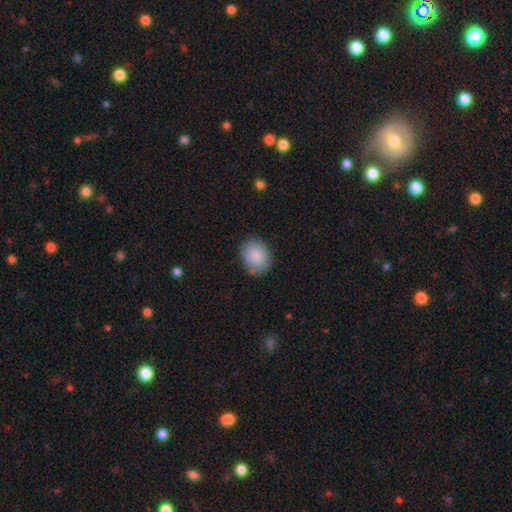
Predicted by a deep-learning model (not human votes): smooth_or_featured: smooth (p=0.87) [alt: star or artifact p=0.07]
how_rounded: in between (p=0.56) [alt: round p=0.43]
merging: none (p=0.81) [alt: minor disturbance p=0.15]